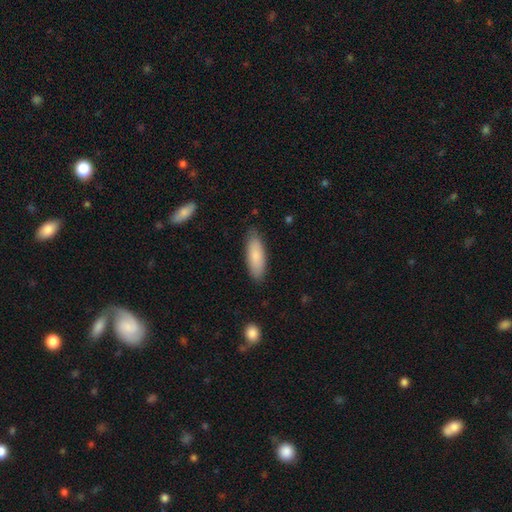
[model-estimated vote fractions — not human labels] smooth 85%, featured or disk 10%, star or artifact 5%. Down the decision tree: how rounded — in between (62%); merging — none (84%).